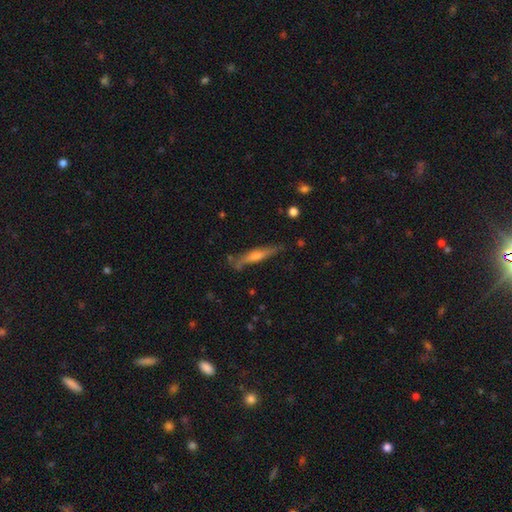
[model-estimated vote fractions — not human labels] smooth_or_featured: featured or disk (p=0.54) [alt: smooth p=0.39]
disk_edge_on: yes (p=0.92) [alt: no p=0.08]
edge_on_bulge: rounded (p=0.74) [alt: none p=0.18]
merging: none (p=0.75) [alt: minor disturbance p=0.18]